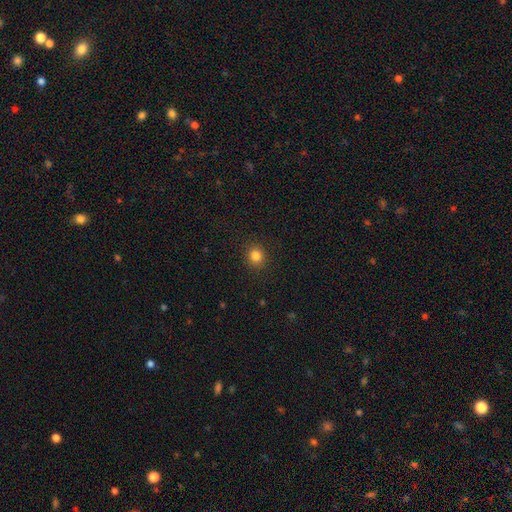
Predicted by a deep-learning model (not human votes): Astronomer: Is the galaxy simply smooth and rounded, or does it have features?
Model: smooth — 84%.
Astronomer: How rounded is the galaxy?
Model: round — 87%.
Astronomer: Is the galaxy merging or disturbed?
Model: none — 91%.